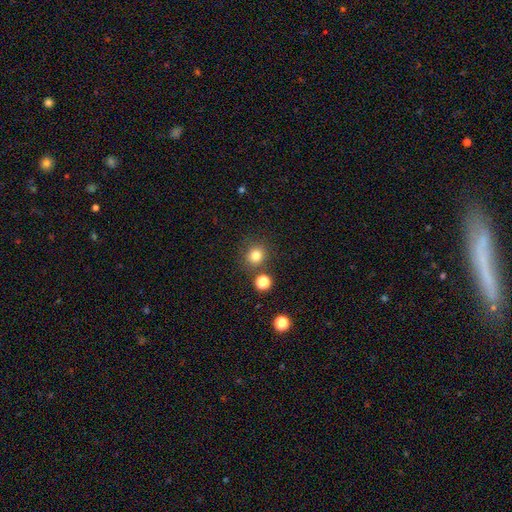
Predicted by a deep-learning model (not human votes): This appears to be a smooth galaxy with no disk features (80%) that is round (88%). Merging: none (82%).